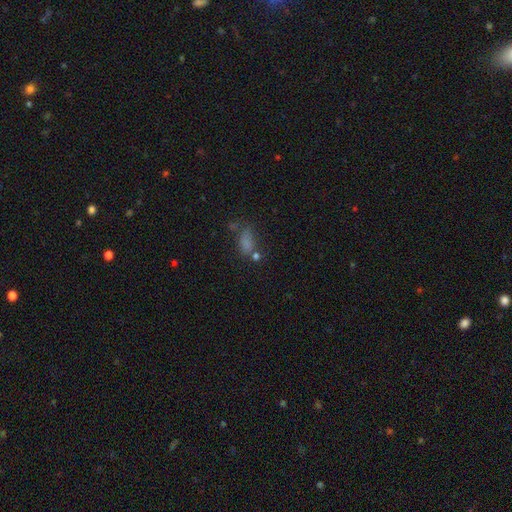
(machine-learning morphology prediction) Smooth or featured? smooth (40%)
Merging? none (52%)